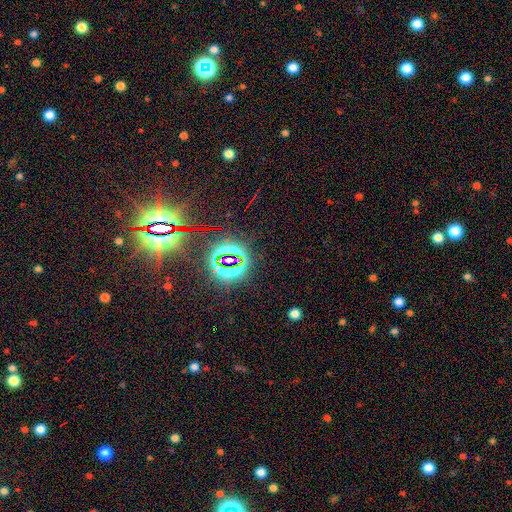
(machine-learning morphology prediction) The model was most divided on "smooth or featured": star or artifact: 83%, smooth: 10%, featured or disk: 7%.